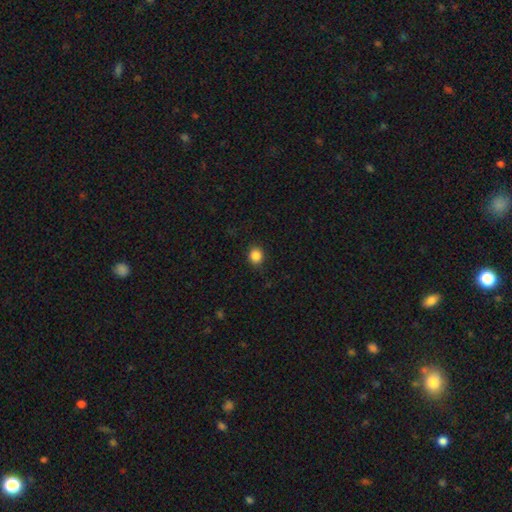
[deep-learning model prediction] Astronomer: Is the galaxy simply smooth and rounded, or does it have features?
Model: smooth — 86%.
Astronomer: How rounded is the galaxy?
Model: round — 81%.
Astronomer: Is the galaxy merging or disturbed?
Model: none — 89%.